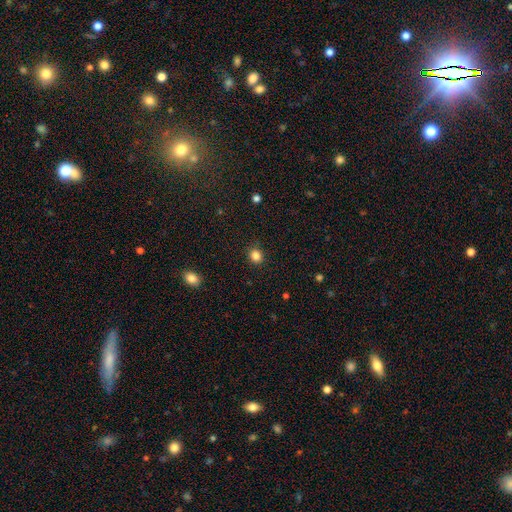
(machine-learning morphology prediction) Smooth or featured?
  - smooth: 84% *
  - star or artifact: 12%
  - featured or disk: 4%
How rounded?
  - round: 77% *
  - in between: 23%
  - cigar-shaped: 1%
Merging?
  - none: 89% *
  - minor disturbance: 8%
  - major disturbance: 2%
  - merger: 1%